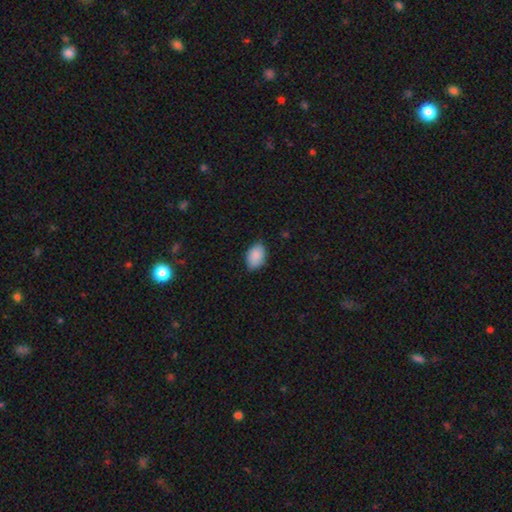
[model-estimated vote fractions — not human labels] Smooth or featured? Predicted: smooth (p=0.89). How rounded? Predicted: in between (p=0.89). Merging? Predicted: none (p=0.79).